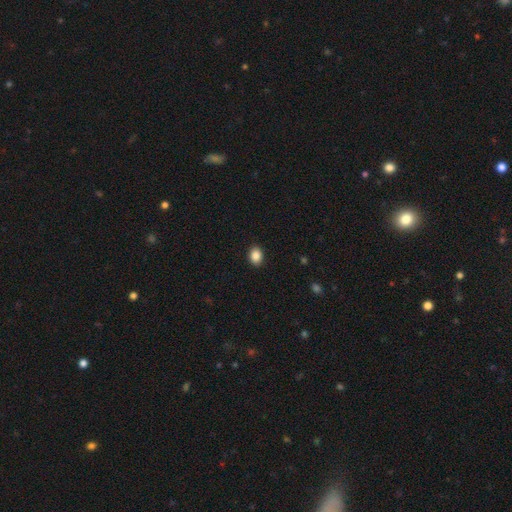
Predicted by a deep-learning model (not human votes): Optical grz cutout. It shows a smooth galaxy with no disk features (88%) that is in between round and cigar-shaped (63%). Merging: none (90%).